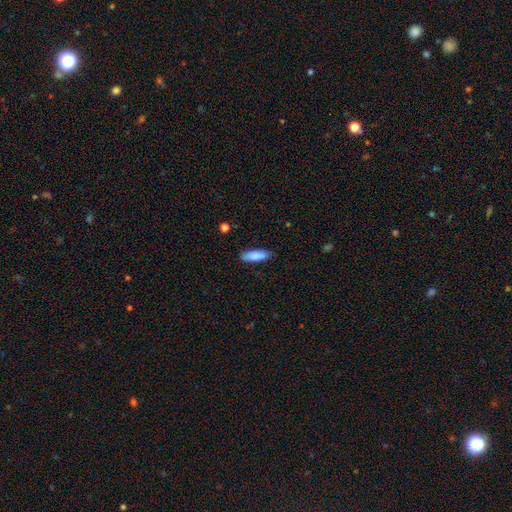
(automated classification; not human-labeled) Smooth or featured: smooth — 86% (featured or disk — 9%)
How rounded: in between — 49% (tied with cigar-shaped — 49%)
Merging: none — 84% (minor disturbance — 12%)